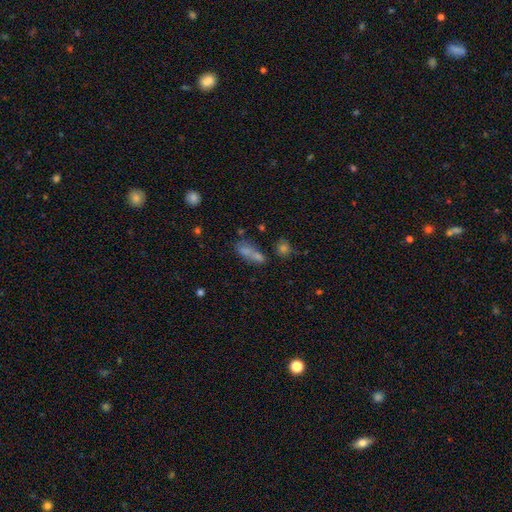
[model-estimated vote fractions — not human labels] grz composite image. It shows a smooth galaxy with no disk features (58%) that is in between round and cigar-shaped (55%). Merging: none (47%).